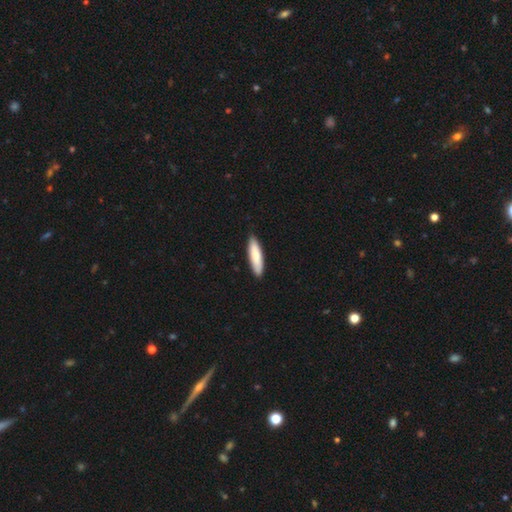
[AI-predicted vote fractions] This appears to be a smooth galaxy with no disk features (83%) that is cigar-shaped (71%). Merging: none (88%).